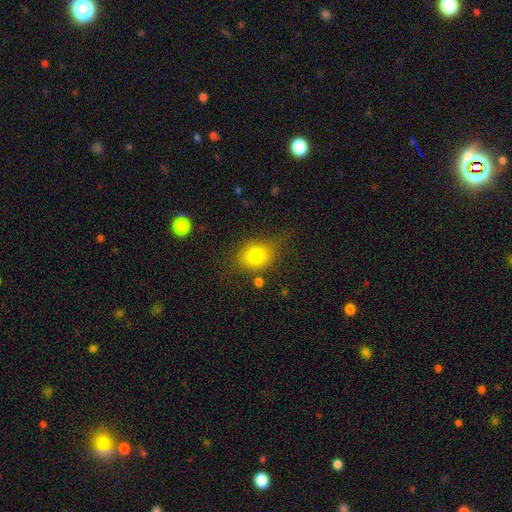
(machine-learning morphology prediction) The model was most divided on "how rounded": in between: 51%, round: 47%, cigar-shaped: 2%. More confident: smooth or featured — smooth (76%); merging — none (58%).